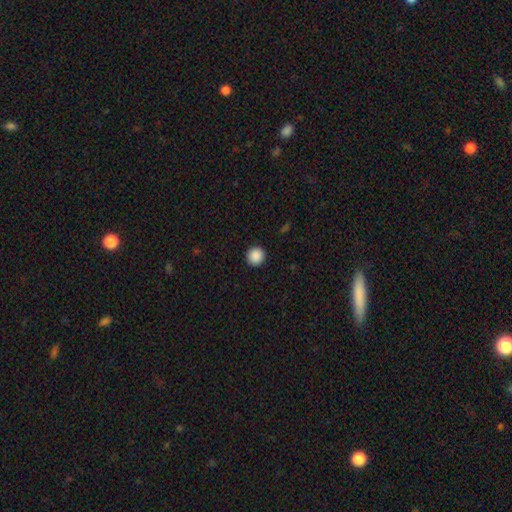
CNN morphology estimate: Smooth or featured? Predicted: smooth (p=0.89). How rounded? Predicted: round (p=0.94). Merging? Predicted: none (p=0.93).